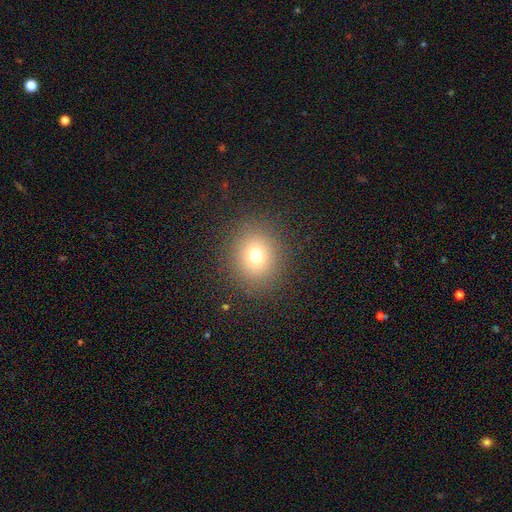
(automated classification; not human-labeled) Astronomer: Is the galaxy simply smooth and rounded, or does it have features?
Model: smooth — 72%.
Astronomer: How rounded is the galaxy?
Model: round — 83%.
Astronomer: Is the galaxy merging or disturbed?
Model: none — 87%.